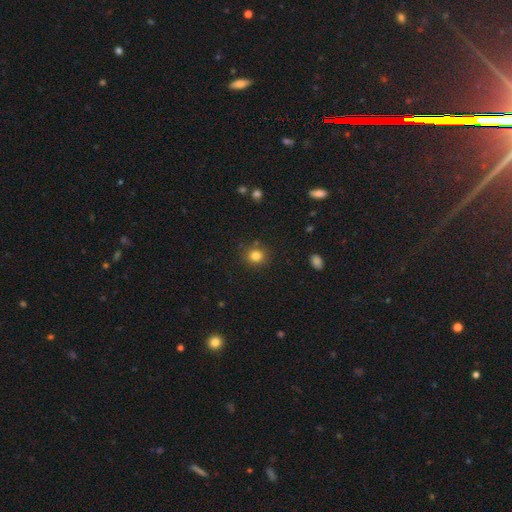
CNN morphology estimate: A smooth galaxy with no disk features (82%) that is round (83%). Merging: none (84%).